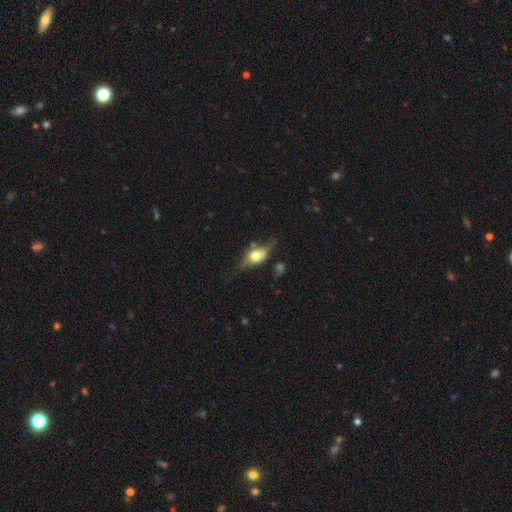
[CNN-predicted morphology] smooth-or-featured: featured or disk: 51% | smooth: 41% | star or artifact: 8%
  disk-edge-on: yes: 73% | no: 27%
  merging: none: 59% | minor disturbance: 24% | major disturbance: 12% | merger: 5%